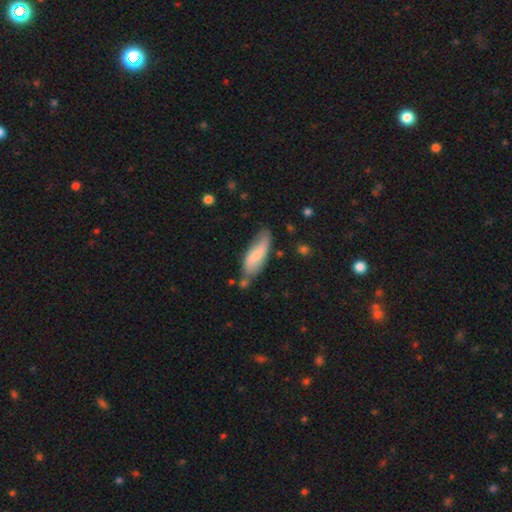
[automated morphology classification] Smooth or featured? Predicted: smooth (p=0.67). How rounded? Predicted: in between (p=0.61). Merging? Predicted: none (p=0.59).